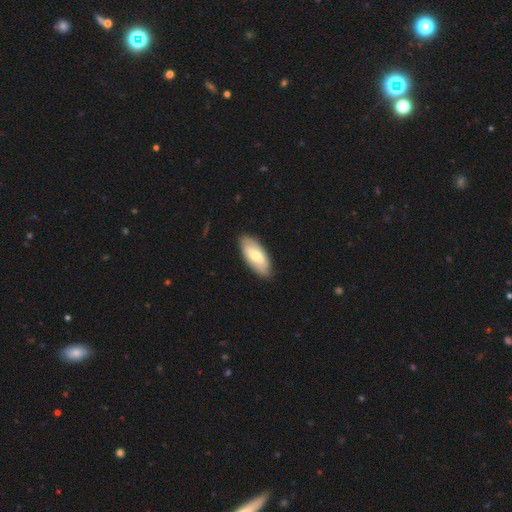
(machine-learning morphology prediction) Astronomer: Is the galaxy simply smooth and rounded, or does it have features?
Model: smooth — 63%.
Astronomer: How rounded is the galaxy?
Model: in between — 87%.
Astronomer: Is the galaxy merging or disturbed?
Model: none — 85%.